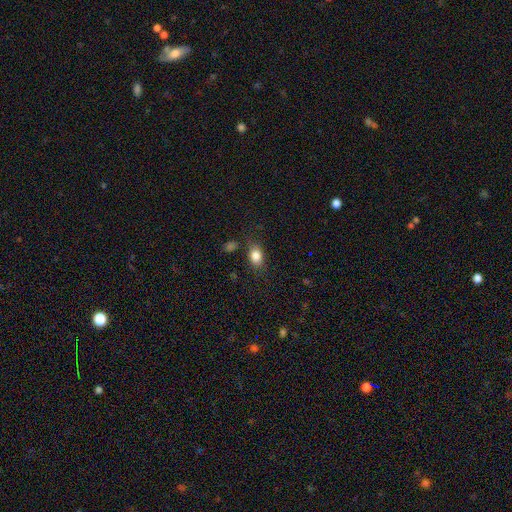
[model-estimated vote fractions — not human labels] Smooth or featured? smooth (82%)
How rounded? in between (74%)
Merging? none (74%)